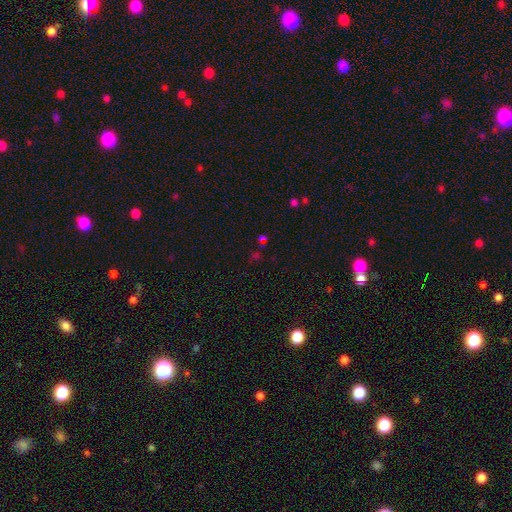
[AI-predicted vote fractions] A star or artifact, not a galaxy (55%).